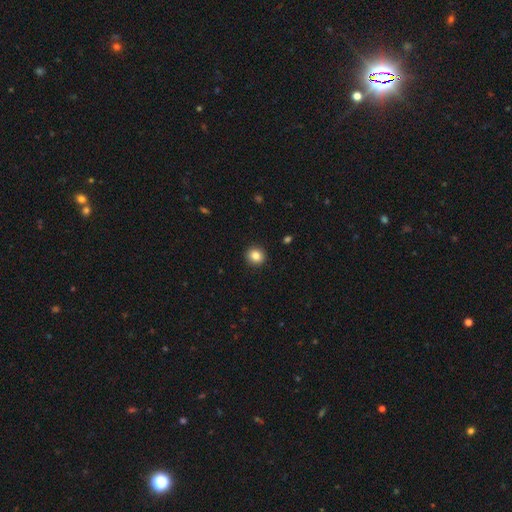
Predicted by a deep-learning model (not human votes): Q: Smooth or featured?
A: smooth (85%); runner-up: star or artifact (10%)
Q: How rounded?
A: round (90%); runner-up: in between (10%)
Q: Merging?
A: none (93%); runner-up: minor disturbance (5%)